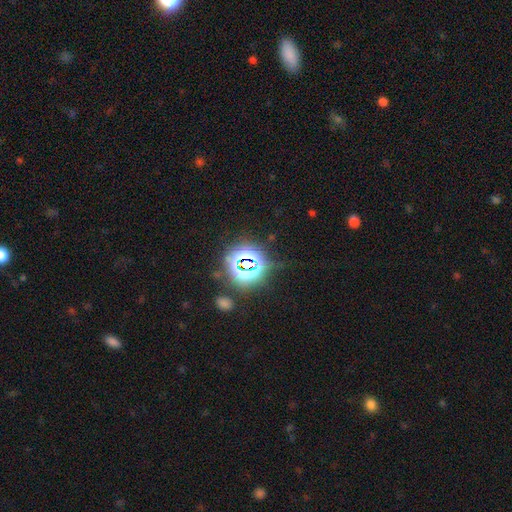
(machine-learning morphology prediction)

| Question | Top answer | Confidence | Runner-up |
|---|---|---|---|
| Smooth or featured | star or artifact | 78% | smooth (15%) |